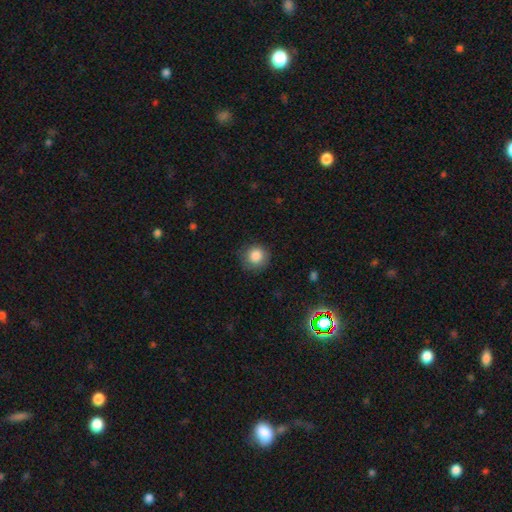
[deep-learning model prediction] A smooth galaxy with no disk features (86%) that is round (92%). Merging: none (82%).